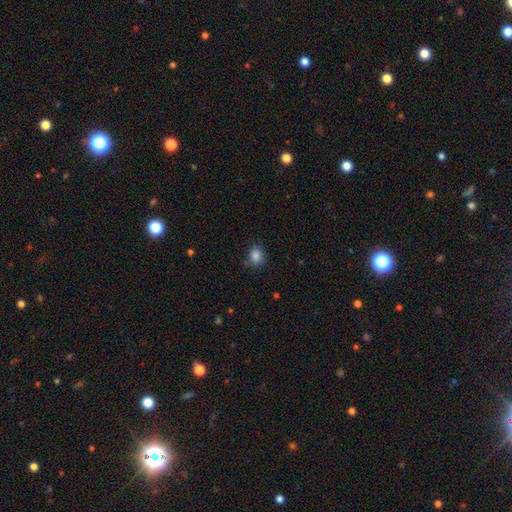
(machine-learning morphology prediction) smooth 85%, star or artifact 10%, featured or disk 5%. Down the decision tree: how rounded — round (61%); merging — none (75%).